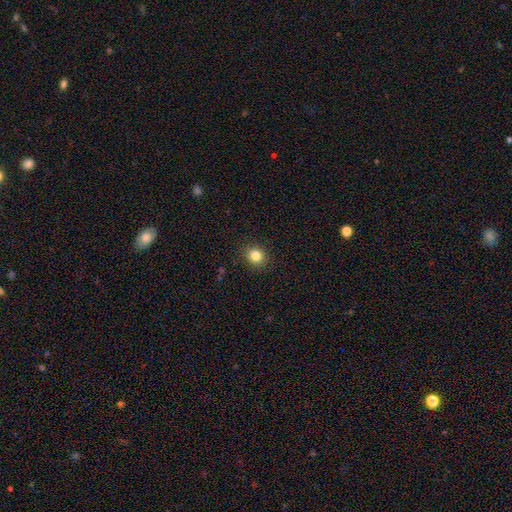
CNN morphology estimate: type=smooth (83%); roundness=round (74%); merging=none (89%).